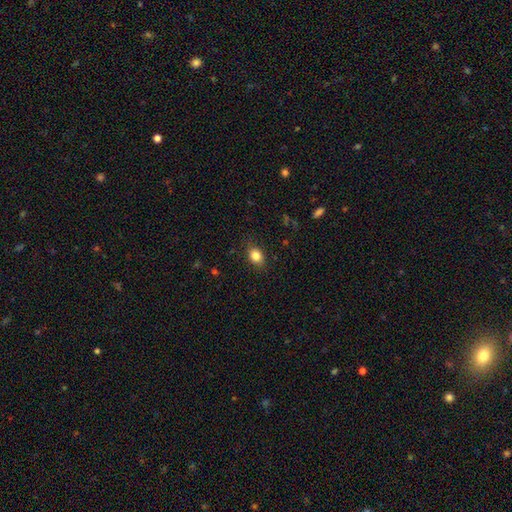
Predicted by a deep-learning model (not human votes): A smooth galaxy with no disk features (84%) that is in between round and cigar-shaped (66%).

Vote fractions:
- Smooth or featured? smooth: 84% / star or artifact: 10% / featured or disk: 6%
- How rounded? in between: 66% / round: 32% / cigar-shaped: 1%
- Merging? none: 84% / minor disturbance: 12% / major disturbance: 3% / merger: 1%